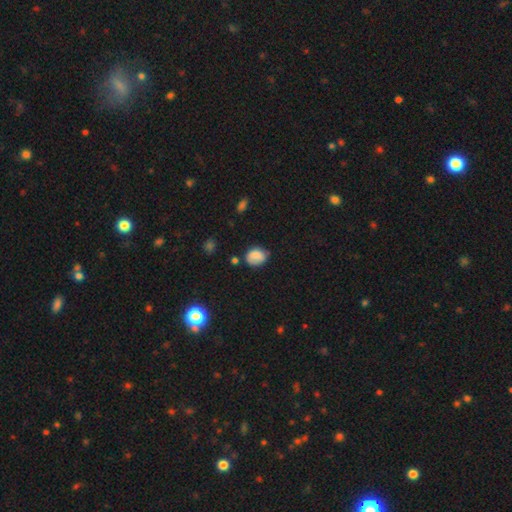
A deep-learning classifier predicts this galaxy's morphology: A smooth galaxy with no disk features (79%) that is in between round and cigar-shaped (55%).

Vote fractions:
- Smooth or featured? smooth: 79% / featured or disk: 12% / star or artifact: 9%
- How rounded? in between: 55% / round: 44% / cigar-shaped: 1%
- Merging? none: 62% / minor disturbance: 27% / major disturbance: 7% / merger: 4%